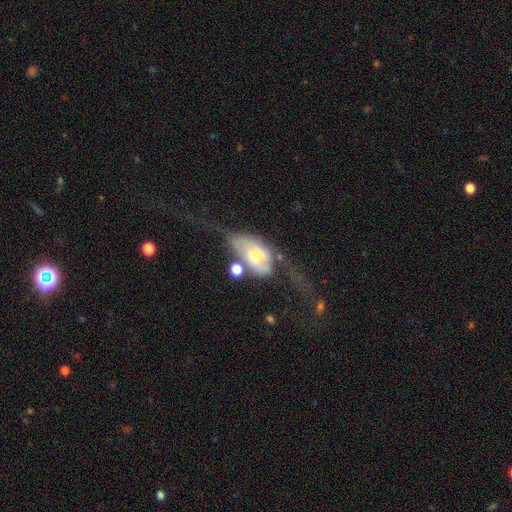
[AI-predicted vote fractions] Q: Smooth or featured?
A: featured or disk (48%); runner-up: smooth (45%)
Q: Merging?
A: major disturbance (45%); runner-up: none (19%)